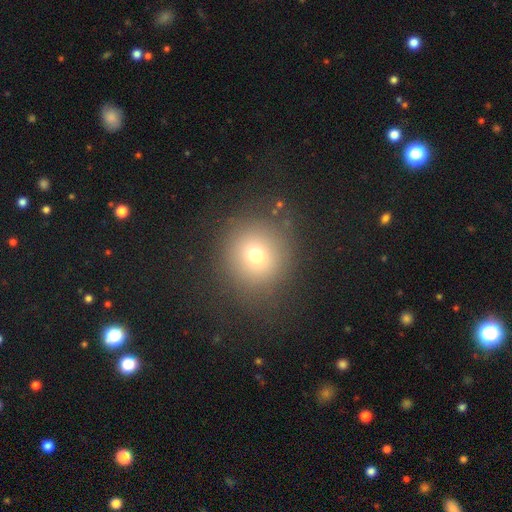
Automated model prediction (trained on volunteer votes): smooth-or-featured: smooth: 69% | star or artifact: 18% | featured or disk: 12%
  how-rounded: round: 92% | in between: 7% | cigar-shaped: 1%
  merging: none: 83% | minor disturbance: 9% | major disturbance: 6% | merger: 2%